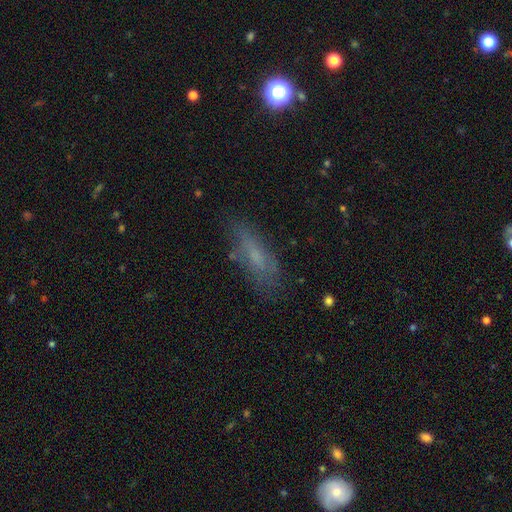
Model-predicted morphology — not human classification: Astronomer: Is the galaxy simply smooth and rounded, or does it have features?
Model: smooth — 54% (runner-up: featured or disk, 32%).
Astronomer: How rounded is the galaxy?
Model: in between — 50% (runner-up: cigar-shaped, 47%).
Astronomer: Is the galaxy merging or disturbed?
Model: none — 68%.